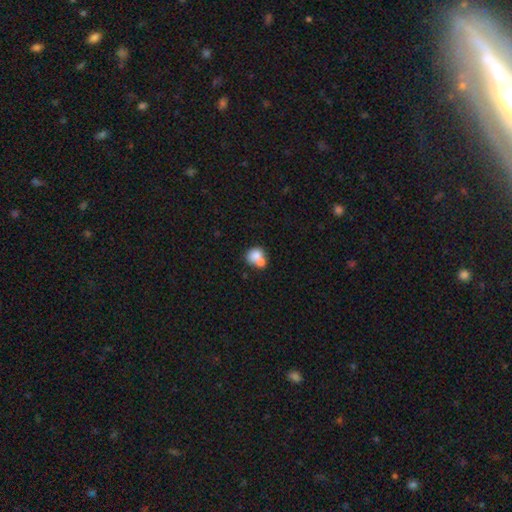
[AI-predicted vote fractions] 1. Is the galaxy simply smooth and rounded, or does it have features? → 76% smooth, 14% featured or disk, 10% star or artifact.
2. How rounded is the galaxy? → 64% round, 35% in between, 1% cigar-shaped.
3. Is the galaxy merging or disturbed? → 54% merger, 33% none, 9% minor disturbance, 4% major disturbance.